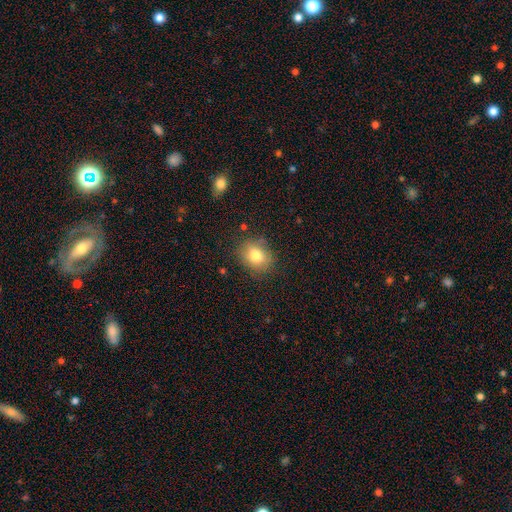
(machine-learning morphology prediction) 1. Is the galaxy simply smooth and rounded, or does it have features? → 79% smooth, 11% featured or disk, 10% star or artifact.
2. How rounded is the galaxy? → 52% round, 47% in between, 1% cigar-shaped.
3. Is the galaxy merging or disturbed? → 82% none, 13% minor disturbance, 4% major disturbance, 2% merger.